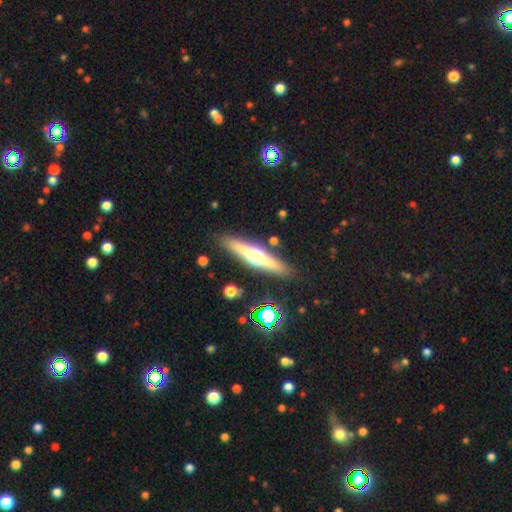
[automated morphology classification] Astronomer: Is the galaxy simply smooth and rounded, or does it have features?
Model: featured or disk — 61%.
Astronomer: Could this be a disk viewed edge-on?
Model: yes — 95%.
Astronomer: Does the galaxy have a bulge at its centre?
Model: rounded — 92%.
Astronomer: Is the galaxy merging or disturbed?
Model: none — 87%.